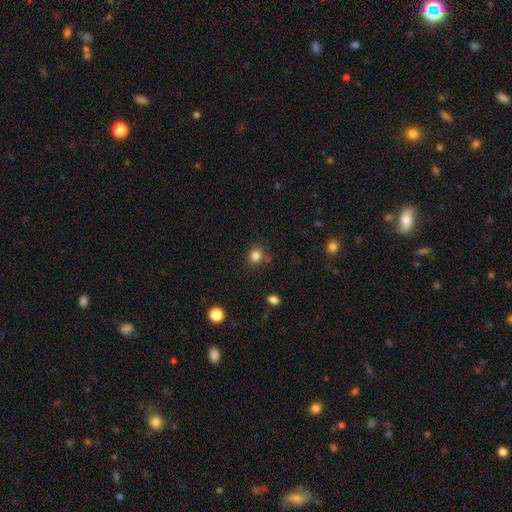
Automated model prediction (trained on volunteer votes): Q: Smooth or featured?
A: smooth (83%); runner-up: star or artifact (12%)
Q: How rounded?
A: round (83%); runner-up: in between (16%)
Q: Merging?
A: none (82%); runner-up: minor disturbance (11%)